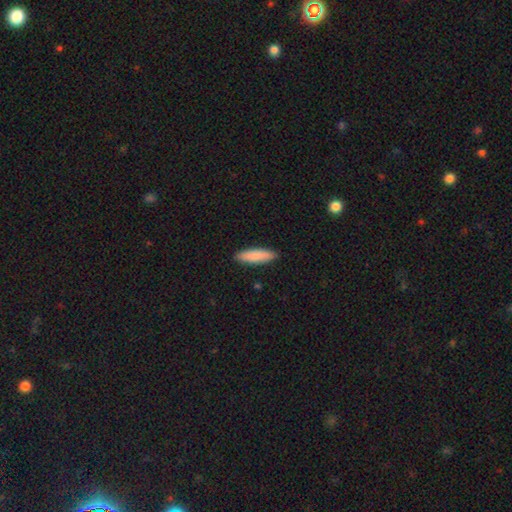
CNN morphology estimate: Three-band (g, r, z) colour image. It shows a smooth galaxy with no disk features (87%) that is cigar-shaped (64%). Merging: none (90%).